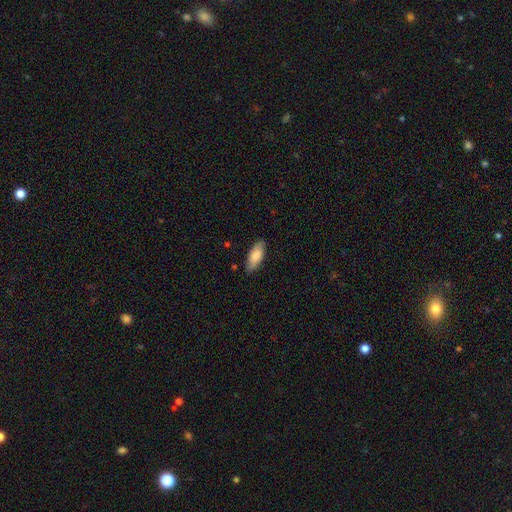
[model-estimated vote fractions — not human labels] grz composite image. It shows a smooth galaxy with no disk features (83%) that is in between round and cigar-shaped (78%). Merging: none (84%).